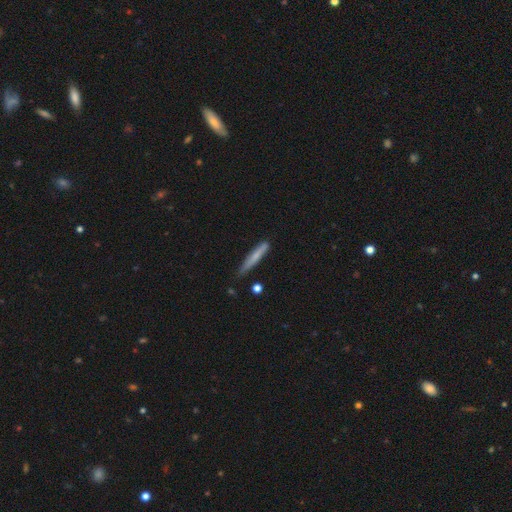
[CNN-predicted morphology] Smooth or featured? smooth (68%)
How rounded? cigar-shaped (94%)
Merging? none (71%)